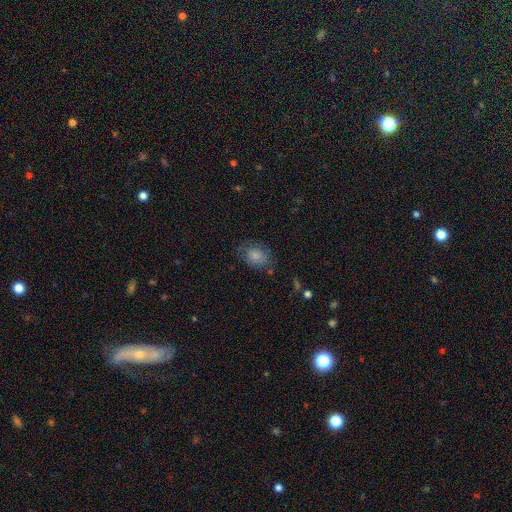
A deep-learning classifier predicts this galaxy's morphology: smooth 78%, featured or disk 14%, star or artifact 8%. Down the decision tree: how rounded — in between (64%); merging — none (66%).